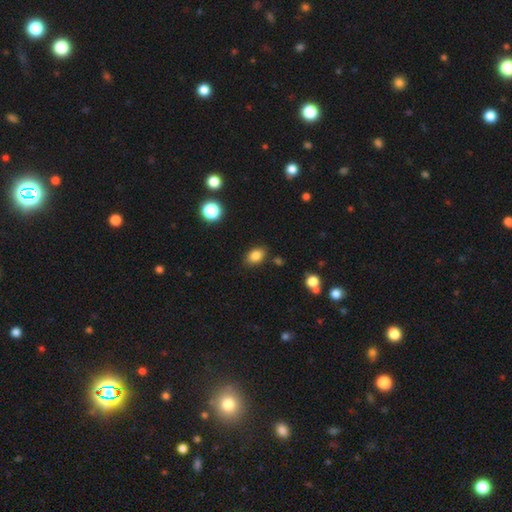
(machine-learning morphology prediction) Smooth or featured?
  - smooth: 83% *
  - star or artifact: 10%
  - featured or disk: 6%
How rounded?
  - in between: 79% *
  - round: 19%
  - cigar-shaped: 1%
Merging?
  - none: 83% *
  - minor disturbance: 12%
  - merger: 3%
  - major disturbance: 3%